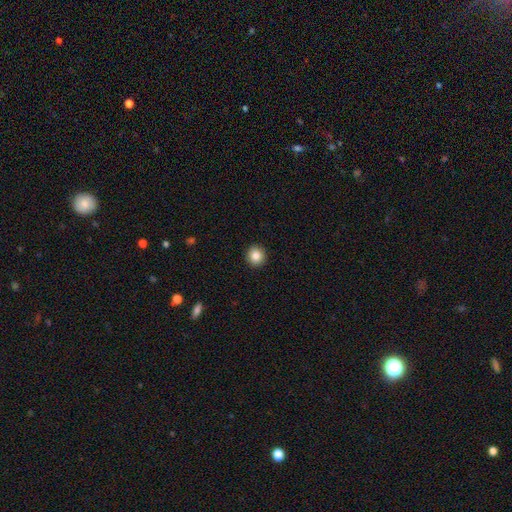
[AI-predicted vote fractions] Smooth or featured? Predicted: smooth (p=0.85). How rounded? Predicted: round (p=0.94). Merging? Predicted: none (p=0.93).